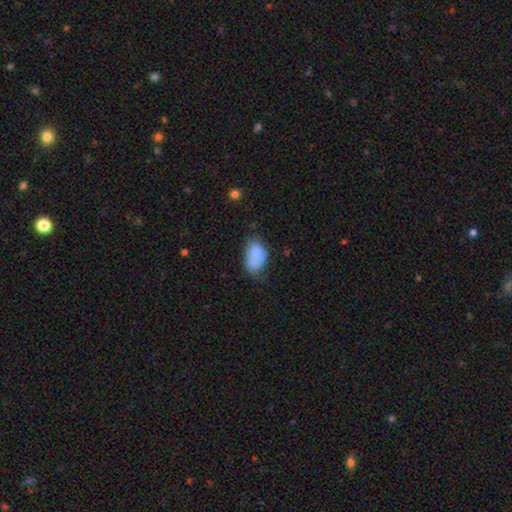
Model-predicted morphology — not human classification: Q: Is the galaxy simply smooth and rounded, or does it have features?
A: smooth — 79%.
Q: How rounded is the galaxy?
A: in between — 90%.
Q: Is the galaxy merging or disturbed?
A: none — 44%.